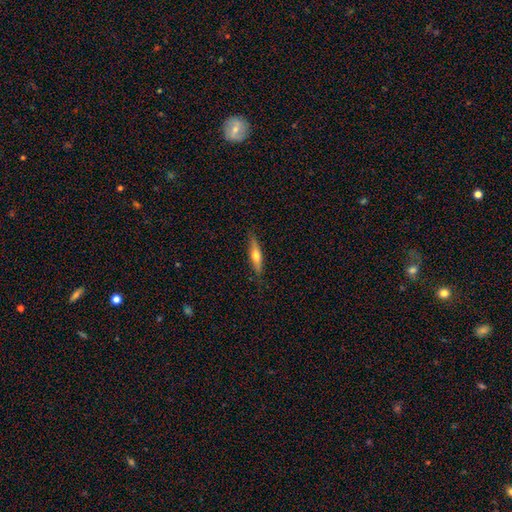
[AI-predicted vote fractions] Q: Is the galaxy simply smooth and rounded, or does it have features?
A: featured or disk — 50%.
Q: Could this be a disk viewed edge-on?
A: yes — 92%.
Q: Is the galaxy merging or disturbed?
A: none — 86%.